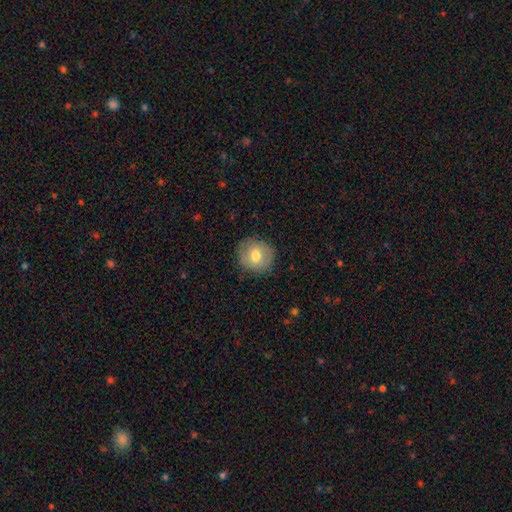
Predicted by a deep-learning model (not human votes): Smooth or featured: smooth — 71% (featured or disk — 21%)
How rounded: round — 82% (in between — 17%)
Merging: none — 86% (minor disturbance — 10%)